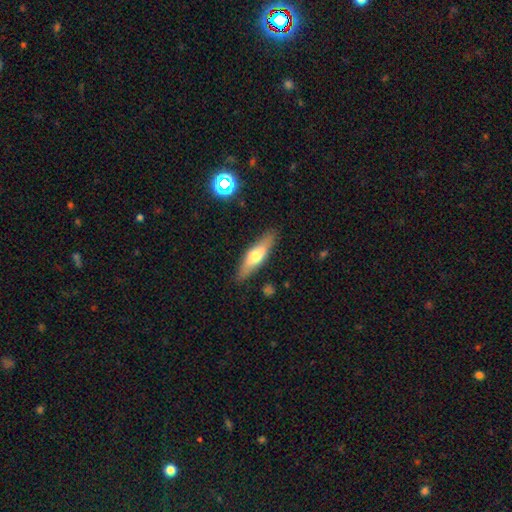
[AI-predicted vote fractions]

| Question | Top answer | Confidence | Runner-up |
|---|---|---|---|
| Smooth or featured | smooth | 54% | featured or disk (40%) |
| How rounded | cigar-shaped | 65% | in between (33%) |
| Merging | none | 87% | minor disturbance (10%) |